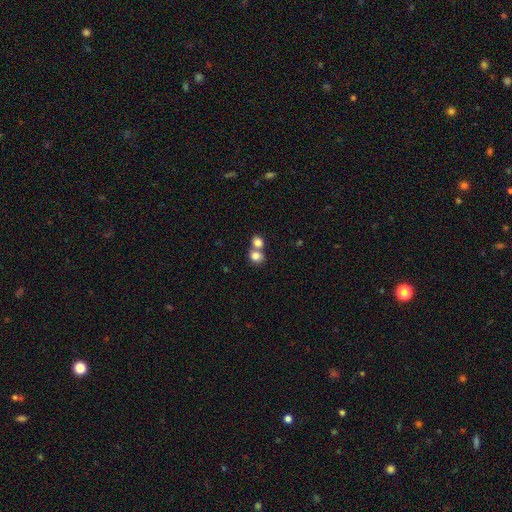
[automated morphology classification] smooth-or-featured: smooth: 82% | star or artifact: 10% | featured or disk: 9%
  how-rounded: round: 63% | in between: 36% | cigar-shaped: 1%
  merging: merger: 54% | none: 36% | minor disturbance: 7% | major disturbance: 3%